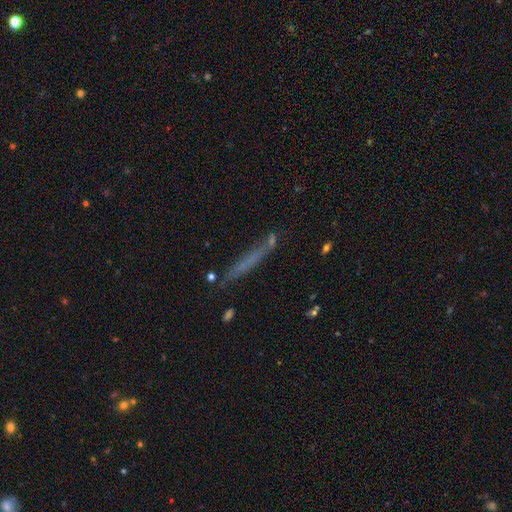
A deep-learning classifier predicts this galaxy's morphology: Smooth or featured? Predicted: smooth (p=0.48). Merging? Predicted: none (p=0.79).